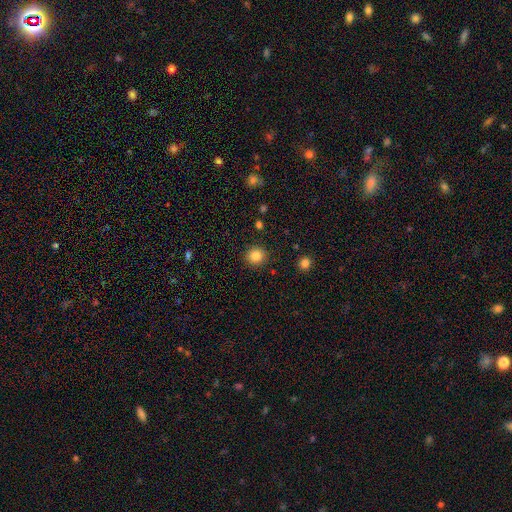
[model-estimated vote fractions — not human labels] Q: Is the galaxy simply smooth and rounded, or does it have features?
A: smooth — 84%.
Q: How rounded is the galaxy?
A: round — 90%.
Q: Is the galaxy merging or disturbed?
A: none — 91%.